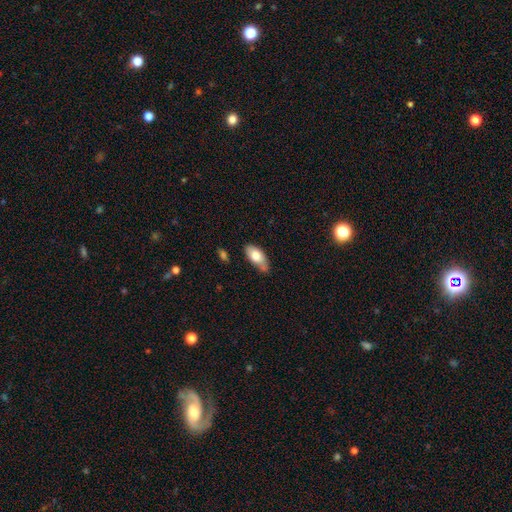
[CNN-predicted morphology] Q: Smooth or featured?
A: smooth (74%); runner-up: featured or disk (19%)
Q: How rounded?
A: in between (89%); runner-up: cigar-shaped (8%)
Q: Merging?
A: none (54%); runner-up: minor disturbance (34%)